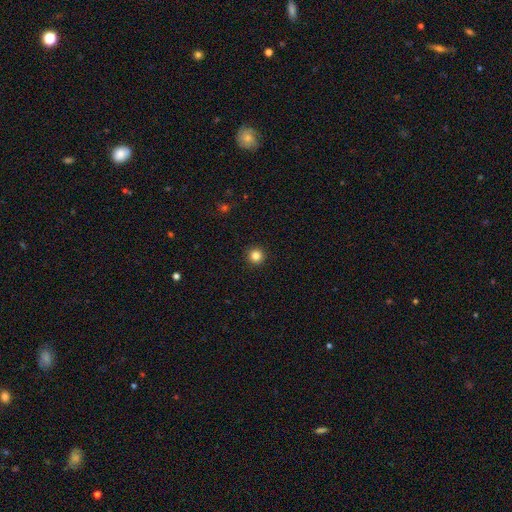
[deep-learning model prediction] Smooth or featured: smooth — 83% (star or artifact — 12%)
How rounded: round — 96% (in between — 3%)
Merging: none — 94% (minor disturbance — 4%)